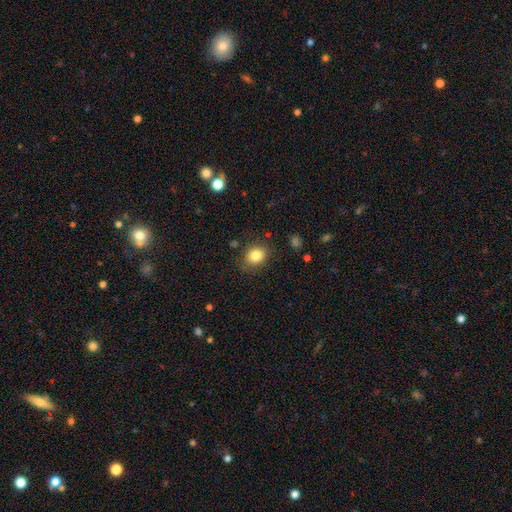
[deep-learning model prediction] This is clearly a smooth galaxy (83%). How rounded: possibly round (57%). Merging: clearly none (83%).